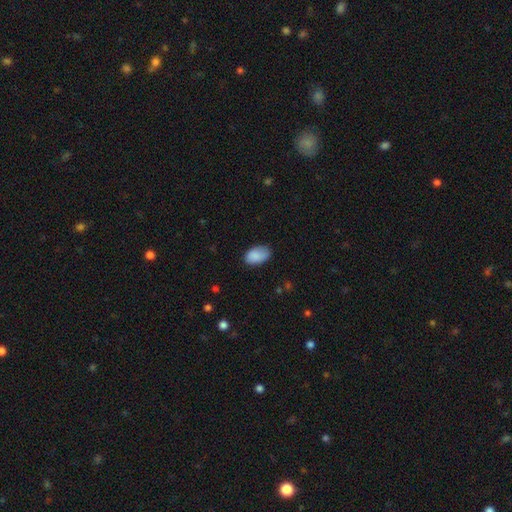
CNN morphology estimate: Overall: smooth (88%). How rounded: in between (92%). Merging: none (73%).